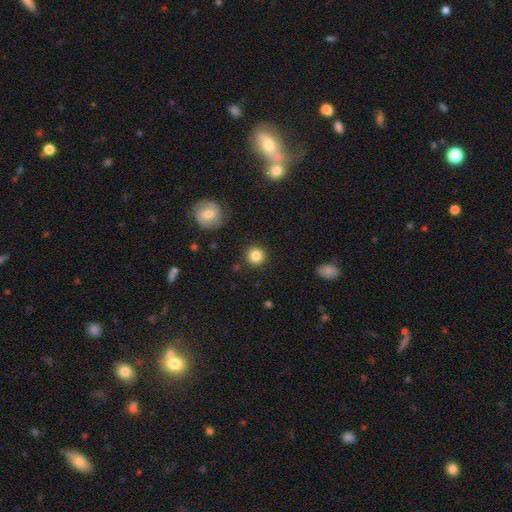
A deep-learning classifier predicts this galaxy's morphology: smooth 85%, star or artifact 10%, featured or disk 6%. Down the decision tree: how rounded — round (94%); merging — none (90%).